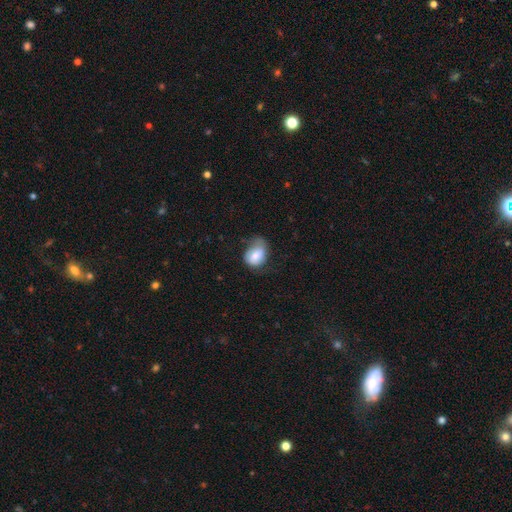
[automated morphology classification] Q: Smooth or featured?
A: smooth (75%); runner-up: featured or disk (18%)
Q: How rounded?
A: in between (69%); runner-up: round (30%)
Q: Merging?
A: minor disturbance (39%); runner-up: none (36%)